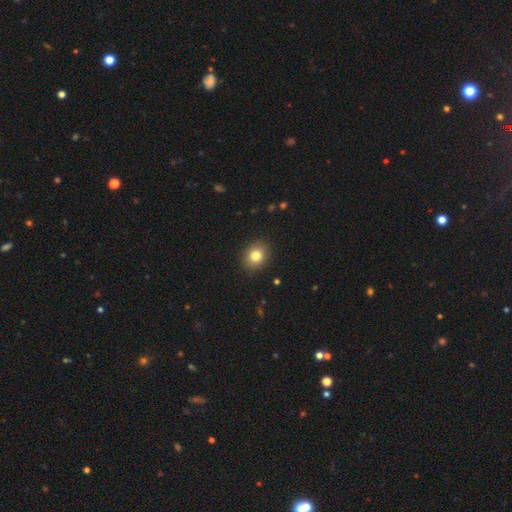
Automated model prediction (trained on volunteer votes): smooth_or_featured: smooth (p=0.82) [alt: star or artifact p=0.10]
how_rounded: round (p=0.61) [alt: in between p=0.38]
merging: none (p=0.90) [alt: minor disturbance p=0.07]